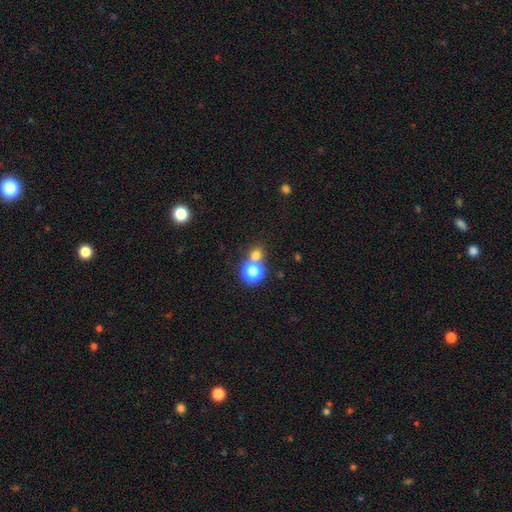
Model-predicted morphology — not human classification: This is likely a smooth galaxy (70%). How rounded: likely round (79%). Merging: possibly none (57%).